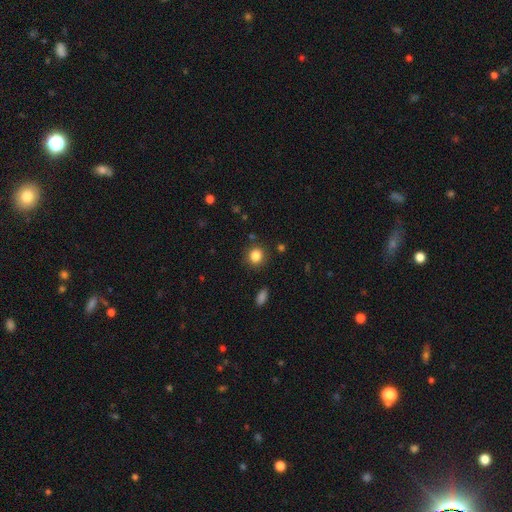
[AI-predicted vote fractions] Morphology: type=smooth (84%); roundness=round (82%); merging=none (86%).